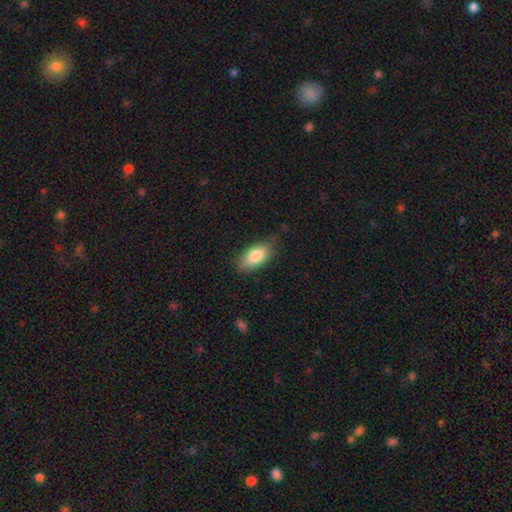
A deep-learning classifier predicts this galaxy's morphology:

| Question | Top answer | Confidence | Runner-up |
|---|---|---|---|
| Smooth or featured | smooth | 84% | featured or disk (10%) |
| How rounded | in between | 91% | cigar-shaped (6%) |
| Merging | none | 77% | minor disturbance (18%) |